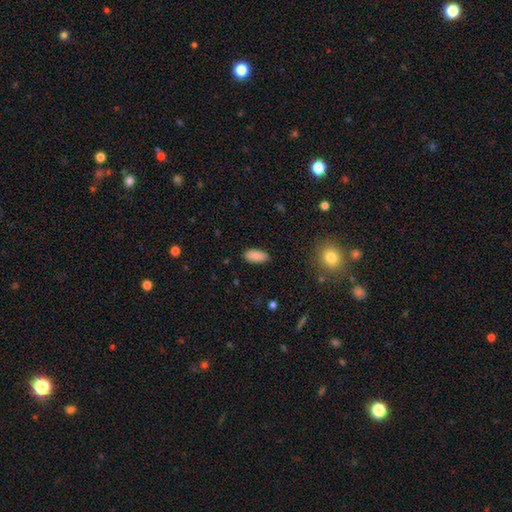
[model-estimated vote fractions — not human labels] Smooth or featured? Predicted: smooth (p=0.88). How rounded? Predicted: in between (p=0.92). Merging? Predicted: none (p=0.88).